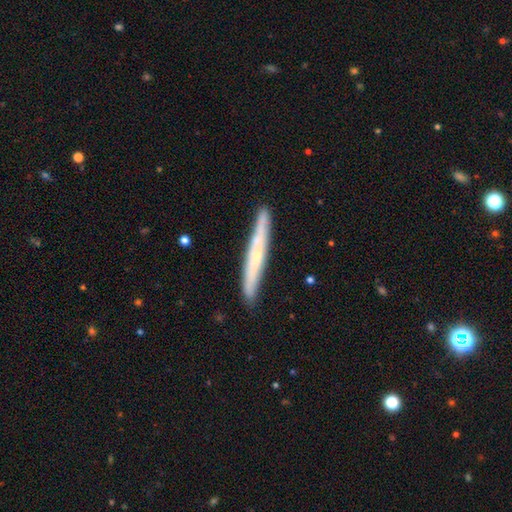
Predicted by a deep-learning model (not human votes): smooth_or_featured: featured or disk (p=0.51) [alt: smooth p=0.43]
disk_edge_on: yes (p=0.90) [alt: no p=0.10]
merging: none (p=0.88) [alt: minor disturbance p=0.09]